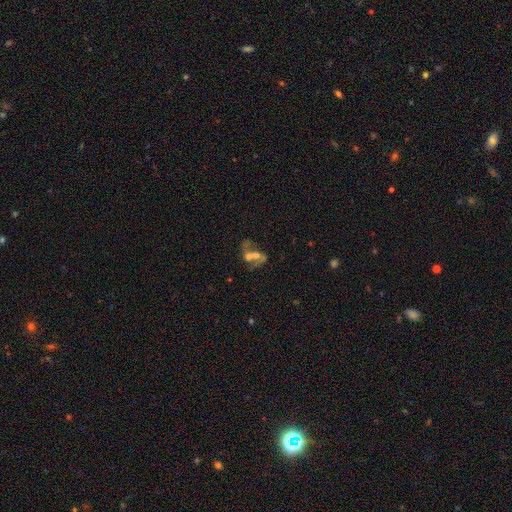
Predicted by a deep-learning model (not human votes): smooth_or_featured: featured or disk (p=0.53) [alt: smooth p=0.32]
disk_edge_on: no (p=0.95) [alt: yes p=0.05]
bar: no (p=0.68) [alt: weak p=0.22]
has_spiral_arms: no (p=0.62) [alt: yes p=0.38]
bulge_size: moderate (p=0.37) [alt: small p=0.23]
merging: merger (p=0.60) [alt: none p=0.19]